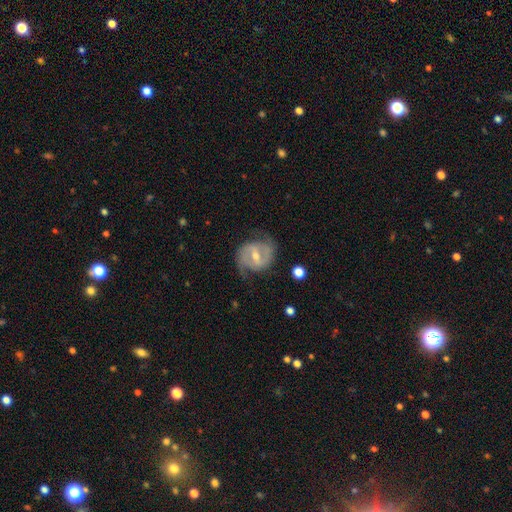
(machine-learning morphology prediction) This appears to be a featured or disk galaxy (82%) with a weak bar (47%), 2 (88%) medium (50%) spiral arms (89%) and a moderate central bulge (58%). Merging: none (71%).